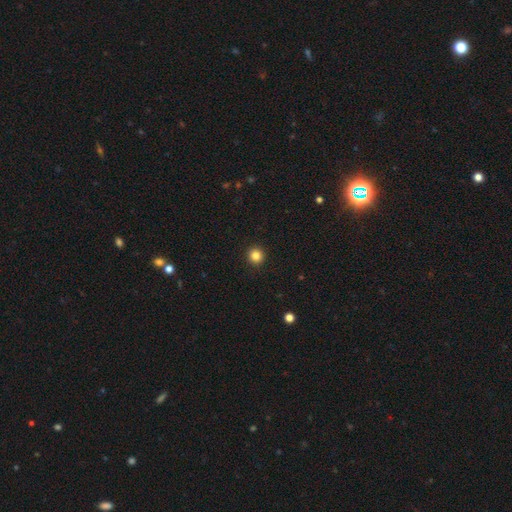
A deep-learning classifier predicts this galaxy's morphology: Smooth or featured? smooth (85%)
How rounded? round (94%)
Merging? none (93%)